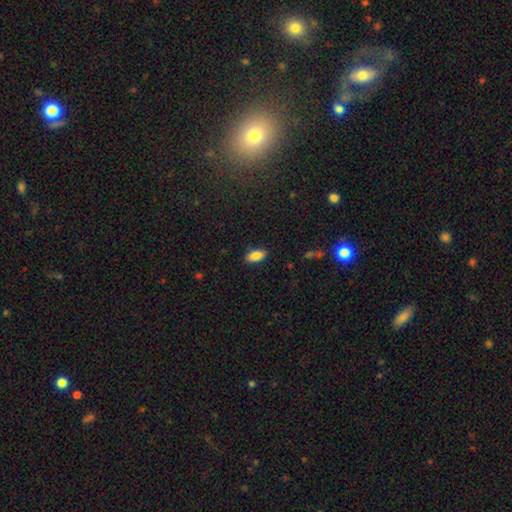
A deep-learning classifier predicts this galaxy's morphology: Q: Smooth or featured?
A: smooth (86%); runner-up: star or artifact (8%)
Q: How rounded?
A: in between (88%); runner-up: cigar-shaped (9%)
Q: Merging?
A: none (86%); runner-up: minor disturbance (11%)